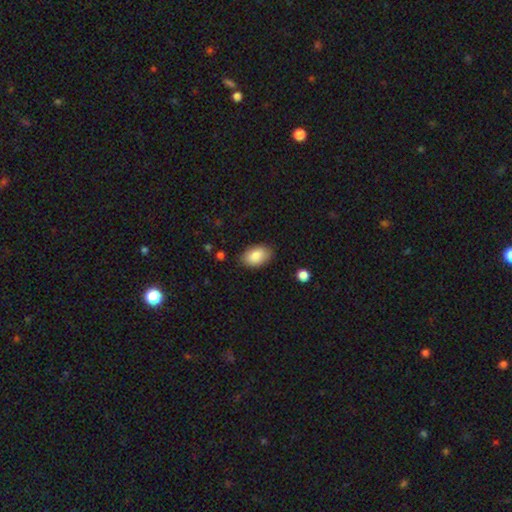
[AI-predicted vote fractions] Smooth or featured?
  - smooth: 86% *
  - featured or disk: 8%
  - star or artifact: 6%
How rounded?
  - in between: 92% *
  - round: 6%
  - cigar-shaped: 1%
Merging?
  - none: 84% *
  - minor disturbance: 12%
  - major disturbance: 3%
  - merger: 1%